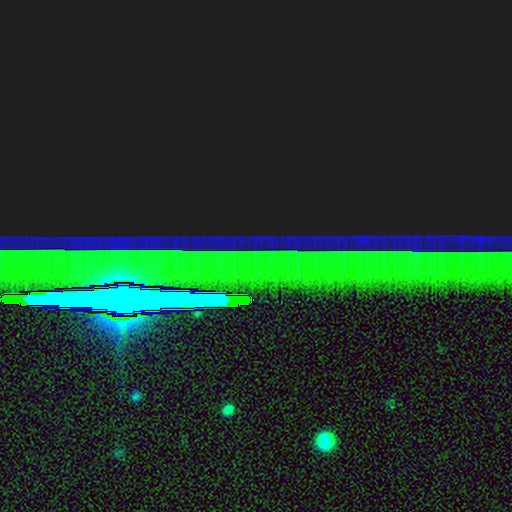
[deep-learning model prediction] This is clearly a star or artifact rather than a galaxy (85%).